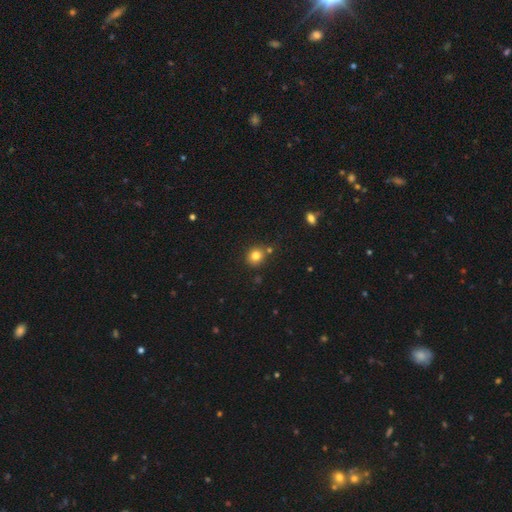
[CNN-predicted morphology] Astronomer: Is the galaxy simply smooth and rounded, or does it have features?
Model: smooth — 81%.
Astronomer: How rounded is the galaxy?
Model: round — 81%.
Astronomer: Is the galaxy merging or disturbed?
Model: none — 77%.